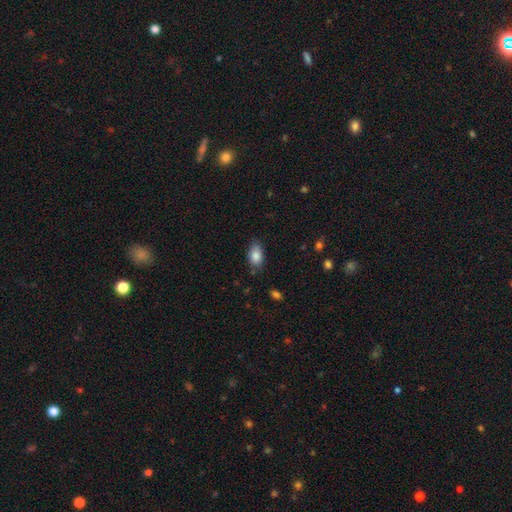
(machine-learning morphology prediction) The model was most divided on "merging": none: 74%, minor disturbance: 21%, major disturbance: 4%, merger: 2%. More confident: how rounded — in between (90%); smooth or featured — smooth (84%).